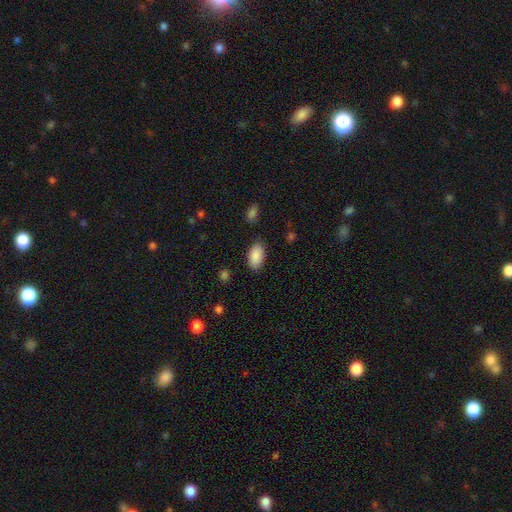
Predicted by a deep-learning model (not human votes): This appears to be a smooth galaxy with no disk features (89%) that is in between round and cigar-shaped (94%). Merging: none (84%).